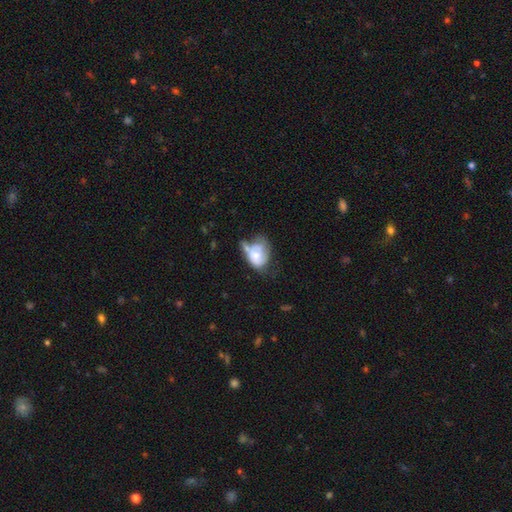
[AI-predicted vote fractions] Smooth or featured?
  - smooth: 60% *
  - featured or disk: 32%
  - star or artifact: 8%
How rounded?
  - in between: 73% *
  - round: 26%
  - cigar-shaped: 1%
Merging?
  - minor disturbance: 28% *
  - merger: 27%
  - major disturbance: 25%
  - none: 21%